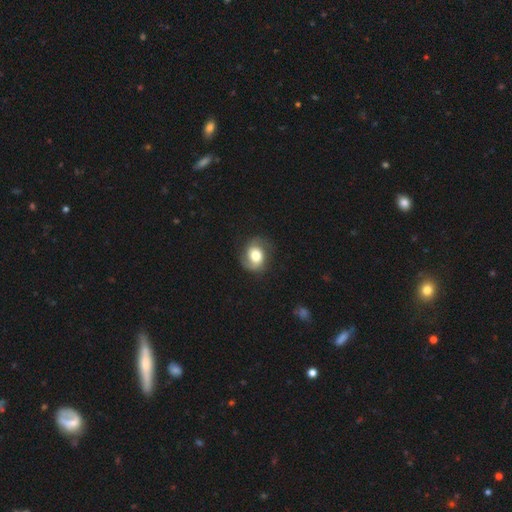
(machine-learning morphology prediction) smooth-or-featured: featured or disk: 51% | smooth: 41% | star or artifact: 8%
  disk-edge-on: no: 97% | yes: 3%
  merging: none: 70% | minor disturbance: 19% | major disturbance: 9% | merger: 1%